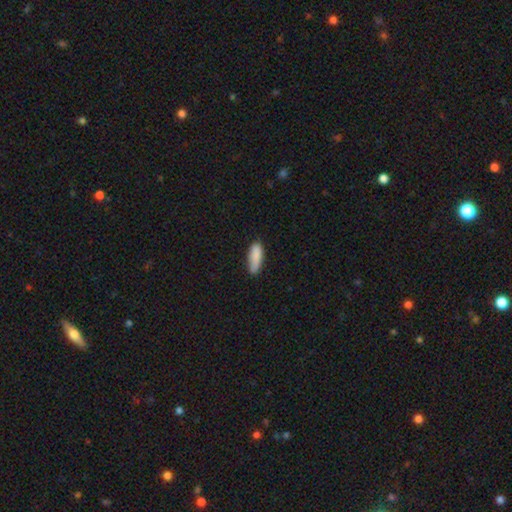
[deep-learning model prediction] Morphology: type=smooth (87%); roundness=in between (58%); merging=none (73%).